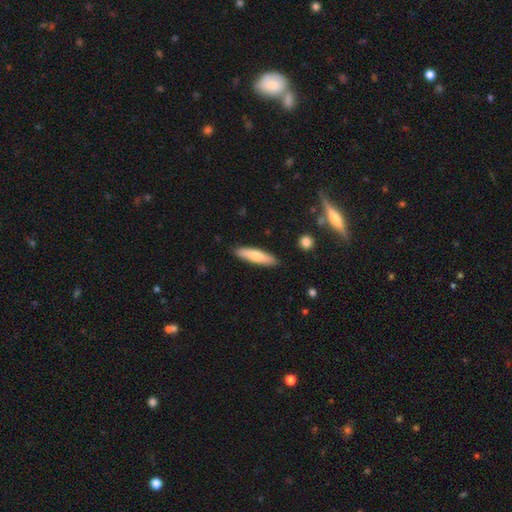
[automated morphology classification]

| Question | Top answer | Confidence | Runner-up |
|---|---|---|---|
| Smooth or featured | smooth | 70% | featured or disk (25%) |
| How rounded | cigar-shaped | 75% | in between (23%) |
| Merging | none | 88% | minor disturbance (9%) |